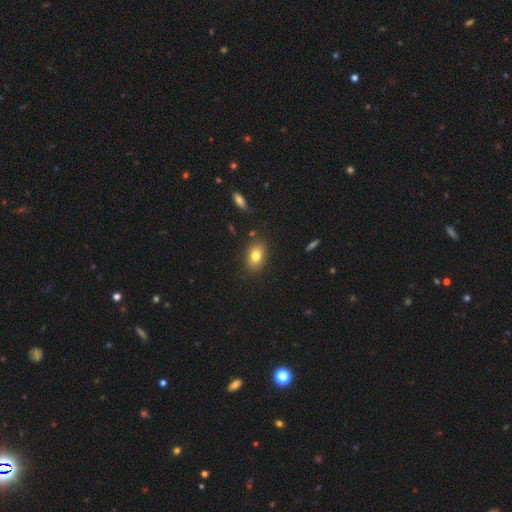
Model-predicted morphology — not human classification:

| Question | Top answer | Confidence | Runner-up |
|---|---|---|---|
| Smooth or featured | smooth | 80% | featured or disk (11%) |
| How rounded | in between | 78% | round (20%) |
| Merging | none | 85% | minor disturbance (11%) |